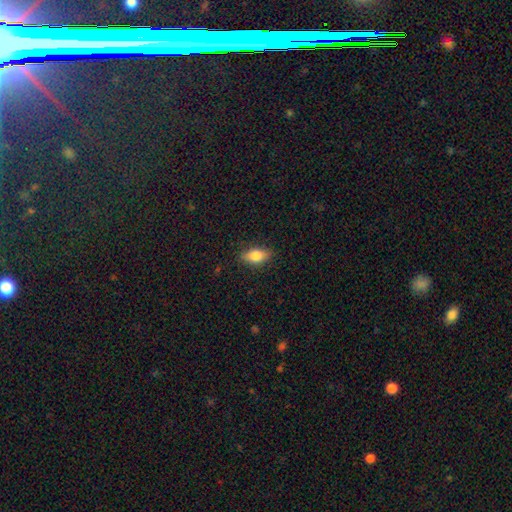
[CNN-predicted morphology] type=smooth (79%); roundness=in between (84%); merging=none (86%).